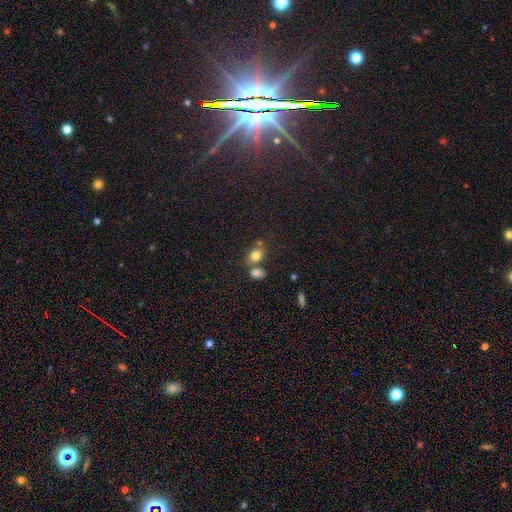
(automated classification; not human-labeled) A smooth galaxy with no disk features (78%) that is in between round and cigar-shaped (52%).

Vote fractions:
- Smooth or featured? smooth: 78% / star or artifact: 12% / featured or disk: 10%
- How rounded? in between: 52% / round: 46% / cigar-shaped: 1%
- Merging? none: 52% / merger: 31% / minor disturbance: 12% / major disturbance: 5%